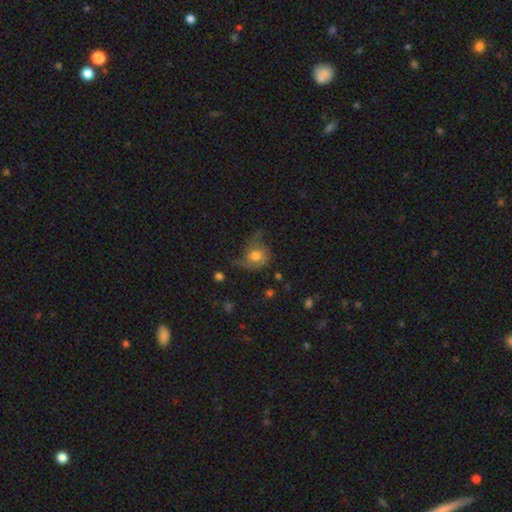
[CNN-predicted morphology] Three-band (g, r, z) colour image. It shows a smooth galaxy with no disk features (48%). Merging: none (41%).